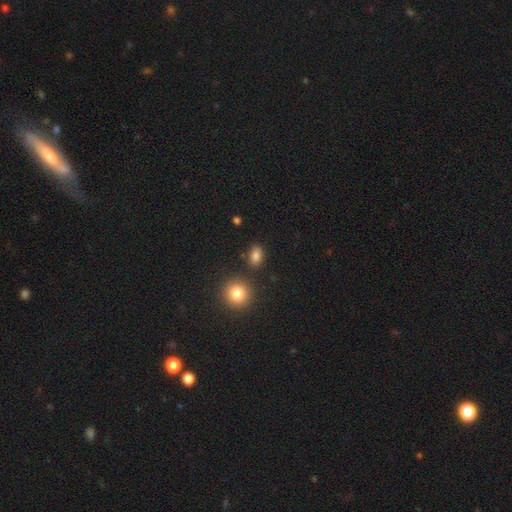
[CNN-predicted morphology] Overall: smooth (83%). How rounded: in between (78%). Merging: none (83%).